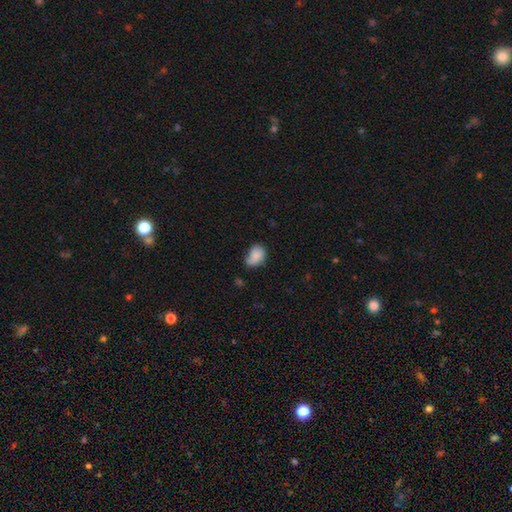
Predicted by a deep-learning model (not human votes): Q: Smooth or featured?
A: smooth (82%); runner-up: featured or disk (9%)
Q: How rounded?
A: in between (76%); runner-up: round (23%)
Q: Merging?
A: none (50%); runner-up: minor disturbance (36%)